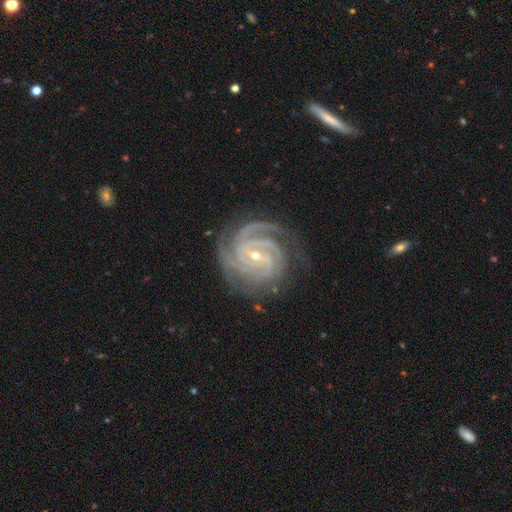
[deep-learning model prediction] Smooth or featured?
  - featured or disk: 93% *
  - star or artifact: 4%
  - smooth: 3%
Edge-on disk?
  - no: 98% *
  - yes: 2%
Bar?
  - weak: 42% *
  - no: 33%
  - strong: 24%
Spiral arms?
  - yes: 99% *
  - no: 1%
Spiral winding?
  - tight: 78% *
  - medium: 20%
  - loose: 2%
Spiral arm count?
  - 3: 36% *
  - 4: 33%
  - 2: 10%
  - can't tell: 9%
  - more than 4: 7%
  - 1: 5%
Bulge size?
  - small: 69% *
  - moderate: 28%
  - none: 1%
  - large: 1%
  - dominant: 1%
Merging?
  - none: 79% *
  - minor disturbance: 15%
  - major disturbance: 5%
  - merger: 1%